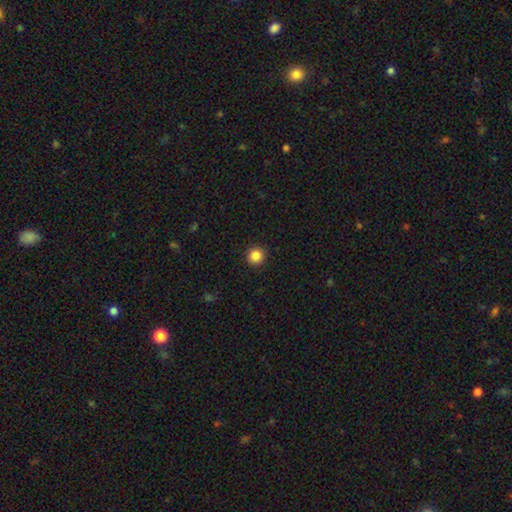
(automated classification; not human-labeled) Q: Smooth or featured?
A: smooth (86%); runner-up: star or artifact (10%)
Q: How rounded?
A: round (93%); runner-up: in between (6%)
Q: Merging?
A: none (93%); runner-up: minor disturbance (5%)